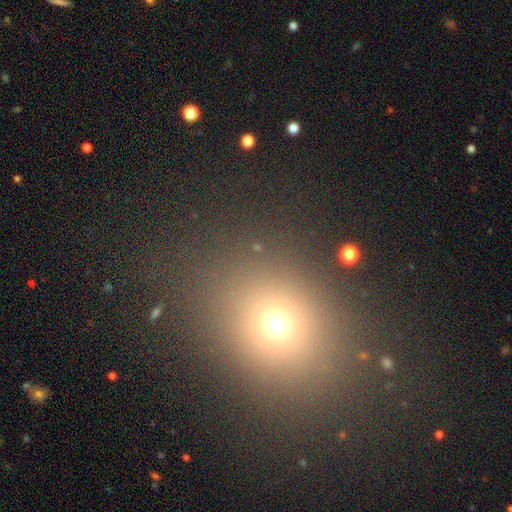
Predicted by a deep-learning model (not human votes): The model was most divided on "how rounded": round: 65%, in between: 34%, cigar-shaped: 1%. More confident: merging — none (85%); smooth or featured — smooth (62%).